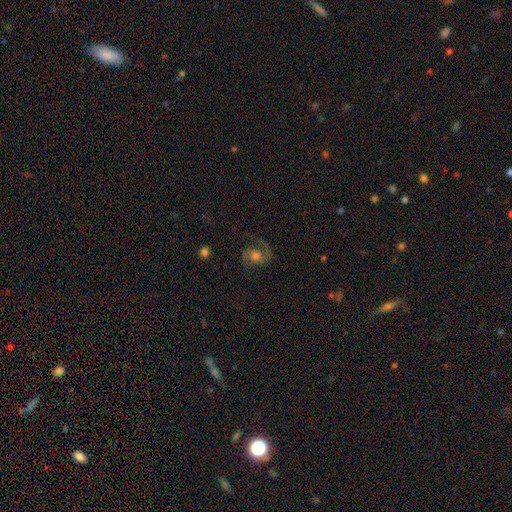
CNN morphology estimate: type=featured or disk (82%); edge-on=no (98%); bar=no (63%); spiral arms=yes (96%); winding=medium (58%); arm count=2 (88%); bulge=moderate (55%); merging=none (76%).